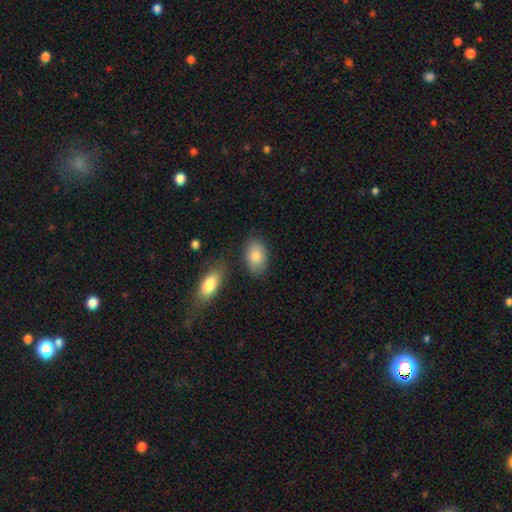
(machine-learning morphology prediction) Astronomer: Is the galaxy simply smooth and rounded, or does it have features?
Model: smooth — 84%.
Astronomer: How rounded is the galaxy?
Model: in between — 89%.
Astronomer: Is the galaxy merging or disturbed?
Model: none — 79%.